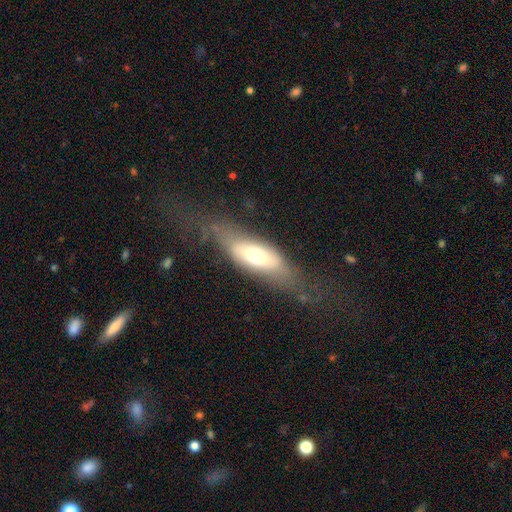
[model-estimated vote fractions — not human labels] A smooth galaxy with no disk features (53%) that is in between round and cigar-shaped (65%). Merging: none (49%).